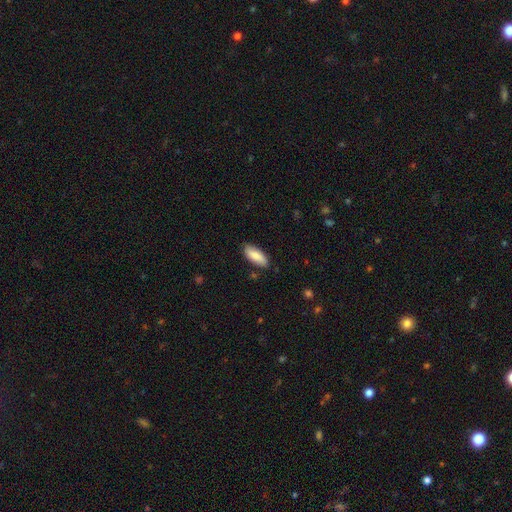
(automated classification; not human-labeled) Smooth or featured? smooth (84%)
How rounded? in between (78%)
Merging? none (83%)